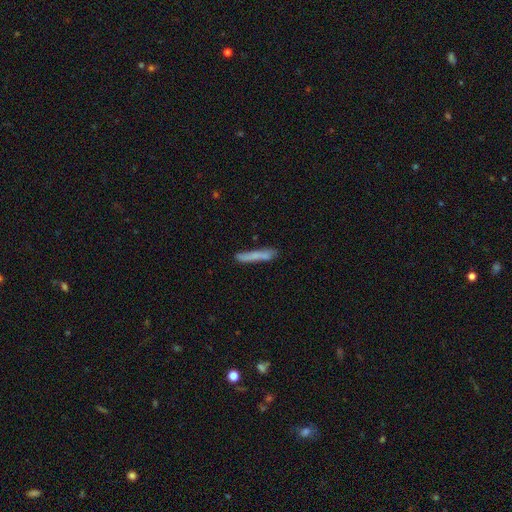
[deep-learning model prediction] This is likely a smooth galaxy (70%). How rounded: clearly cigar-shaped (94%). Merging: likely none (75%).